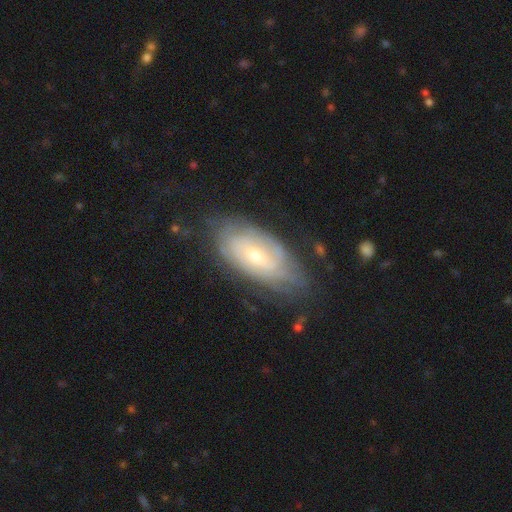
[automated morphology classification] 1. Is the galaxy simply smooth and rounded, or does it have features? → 69% featured or disk, 24% smooth, 7% star or artifact.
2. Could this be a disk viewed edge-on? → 91% no, 9% yes.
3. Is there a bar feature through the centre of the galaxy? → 56% no, 36% weak, 8% strong.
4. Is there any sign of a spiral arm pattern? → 83% yes, 17% no.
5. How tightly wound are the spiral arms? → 69% tight, 23% medium, 8% loose.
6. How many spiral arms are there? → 62% can't tell, 18% 2, 7% 3, 5% 4, 4% more than 4, 4% 1.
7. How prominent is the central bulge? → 50% small, 45% moderate, 2% large, 1% none, 1% dominant.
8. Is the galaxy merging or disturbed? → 69% none, 22% minor disturbance, 7% major disturbance, 2% merger.